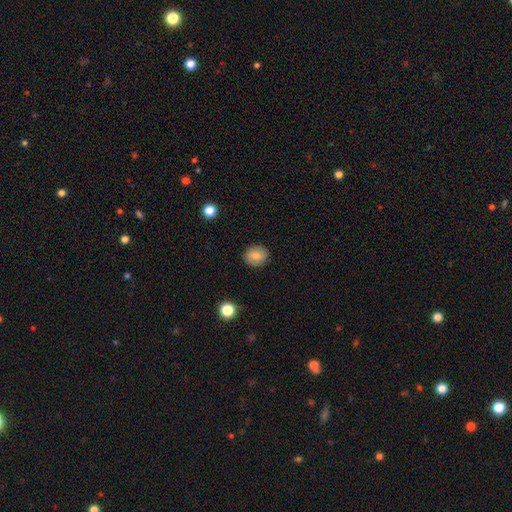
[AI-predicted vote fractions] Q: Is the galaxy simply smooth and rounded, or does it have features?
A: smooth — 80%.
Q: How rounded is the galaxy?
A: round — 74%.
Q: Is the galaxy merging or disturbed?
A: none — 89%.